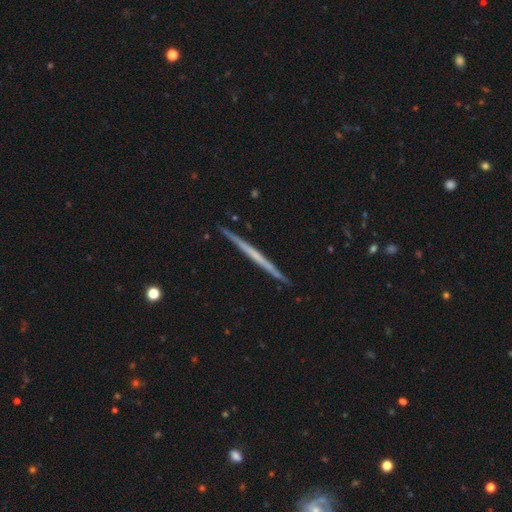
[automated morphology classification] A featured or disk galaxy (62%) viewed edge-on (98%) with no central bulge (87%). Merging: none (92%).